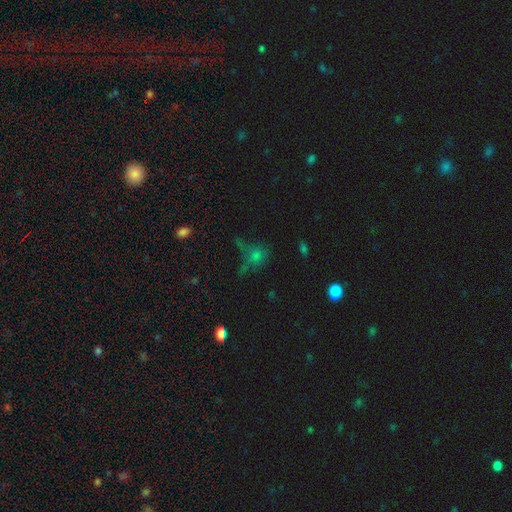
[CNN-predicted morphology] Q: Smooth or featured?
A: smooth (48%); runner-up: star or artifact (36%)
Q: Merging?
A: none (51%); runner-up: major disturbance (20%)